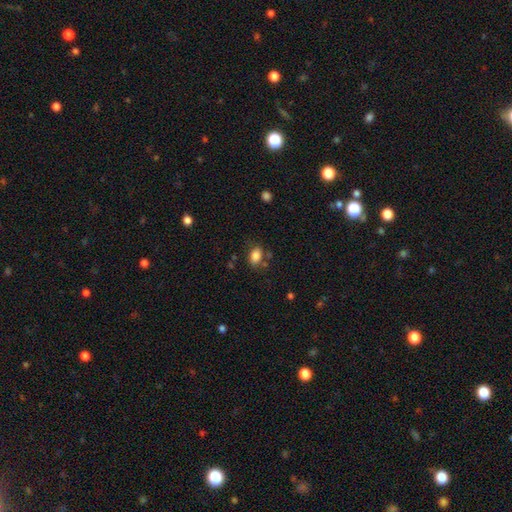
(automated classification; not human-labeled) Morphology: type=smooth (84%); roundness=in between (83%); merging=none (72%).